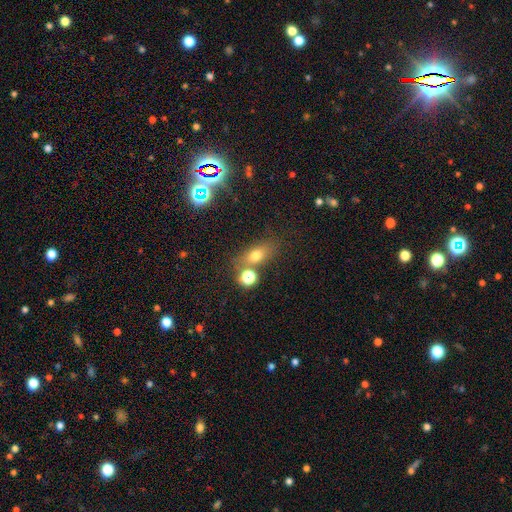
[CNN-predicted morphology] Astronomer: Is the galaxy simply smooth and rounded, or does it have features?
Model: smooth — 68%.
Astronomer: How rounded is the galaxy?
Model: in between — 64%.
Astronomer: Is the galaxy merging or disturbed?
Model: none — 61%.